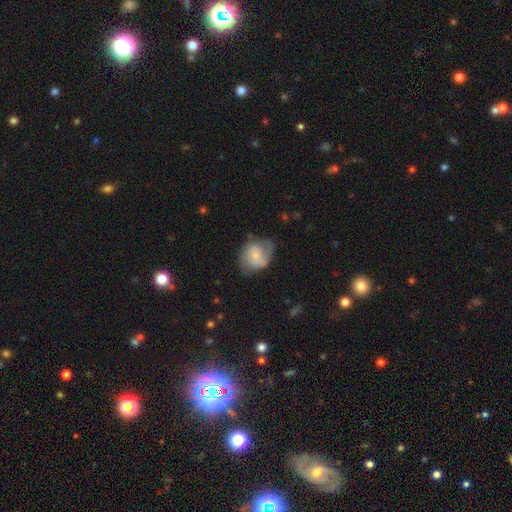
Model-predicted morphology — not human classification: Overall: smooth (55%; featured or disk 38%). How rounded: round (52%; in between 47%). Merging: none (47%; minor disturbance 31%).